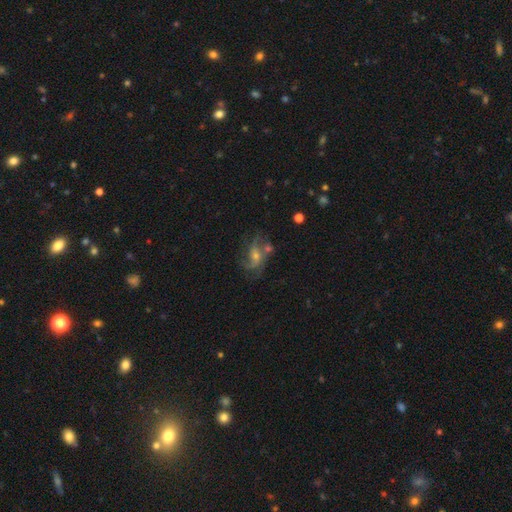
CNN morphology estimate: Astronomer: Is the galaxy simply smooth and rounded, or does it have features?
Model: featured or disk — 72%.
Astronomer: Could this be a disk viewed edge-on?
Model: no — 96%.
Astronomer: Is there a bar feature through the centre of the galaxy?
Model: no — 54% (runner-up: weak, 37%).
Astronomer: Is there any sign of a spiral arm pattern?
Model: yes — 89%.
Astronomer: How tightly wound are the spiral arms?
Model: medium — 44% (runner-up: loose, 40%).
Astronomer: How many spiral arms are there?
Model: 2 — 39% (runner-up: 3, 25%).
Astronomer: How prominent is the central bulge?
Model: small — 46% (runner-up: moderate, 45%).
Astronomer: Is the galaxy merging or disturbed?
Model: none — 55%.